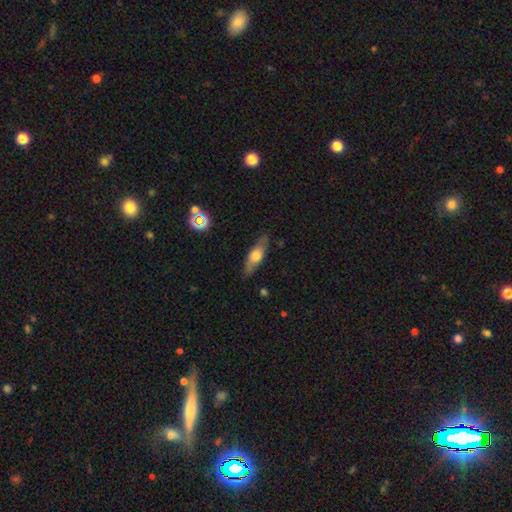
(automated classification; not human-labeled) This appears to be a smooth galaxy with no disk features (55%) that is in between round and cigar-shaped (53%). Merging: none (84%).